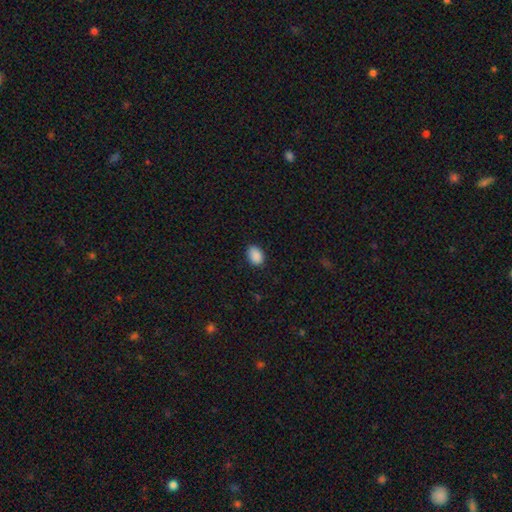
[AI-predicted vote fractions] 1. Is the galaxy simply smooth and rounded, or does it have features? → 89% smooth, 8% star or artifact, 3% featured or disk.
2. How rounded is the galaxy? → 80% in between, 19% round, 1% cigar-shaped.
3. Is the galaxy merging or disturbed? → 84% none, 12% minor disturbance, 3% major disturbance, 1% merger.